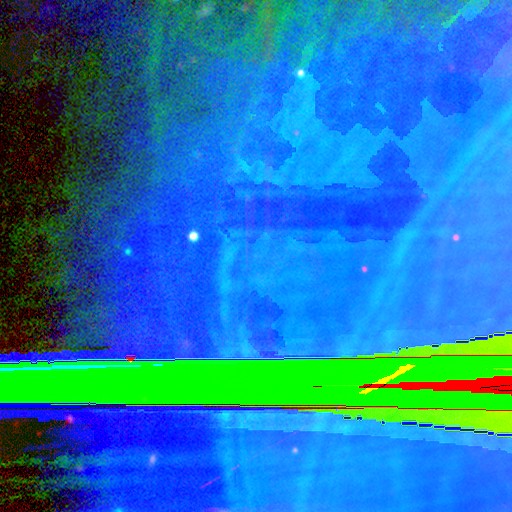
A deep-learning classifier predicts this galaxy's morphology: Smooth or featured? Predicted: star or artifact (p=0.86).